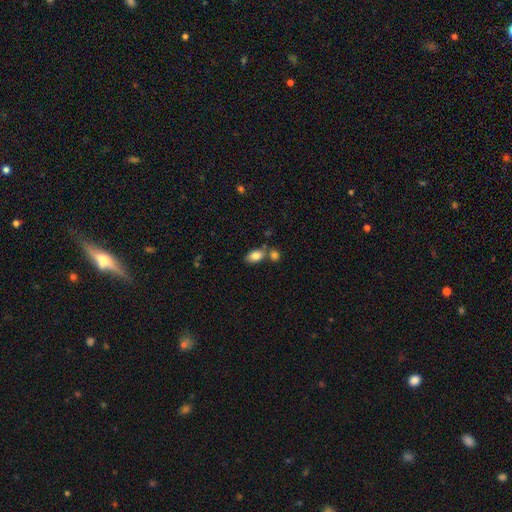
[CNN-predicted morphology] This appears to be a smooth galaxy with no disk features (84%) that is in between round and cigar-shaped (90%). Merging: none (58%).